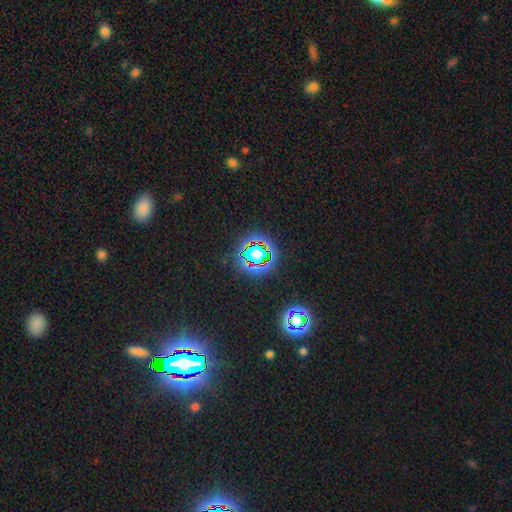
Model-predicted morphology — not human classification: A star or artifact, not a galaxy (62%).

Vote fractions:
- Smooth or featured? star or artifact: 62% / smooth: 26% / featured or disk: 13%